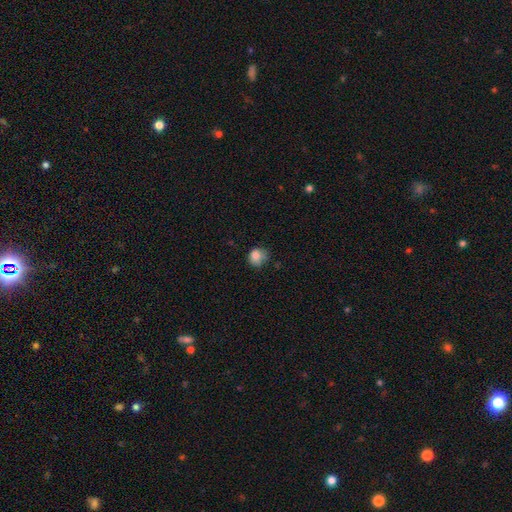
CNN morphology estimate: A smooth galaxy with no disk features (82%) that is round (78%). Merging: none (56%).